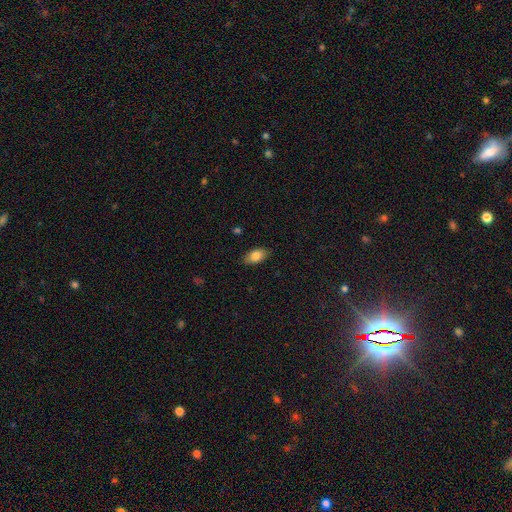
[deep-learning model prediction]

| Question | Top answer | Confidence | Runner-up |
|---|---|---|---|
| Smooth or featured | smooth | 84% | featured or disk (8%) |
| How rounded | in between | 91% | round (5%) |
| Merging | none | 84% | minor disturbance (12%) |